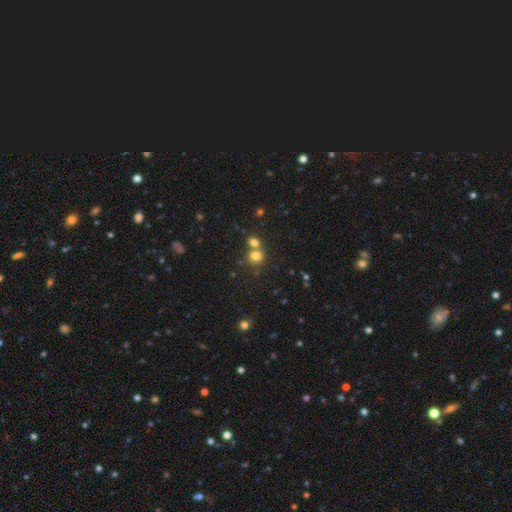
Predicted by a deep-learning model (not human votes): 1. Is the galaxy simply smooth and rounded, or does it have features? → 76% smooth, 15% star or artifact, 9% featured or disk.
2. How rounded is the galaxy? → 77% round, 22% in between, 1% cigar-shaped.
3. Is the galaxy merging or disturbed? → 47% none, 43% merger, 7% minor disturbance, 3% major disturbance.